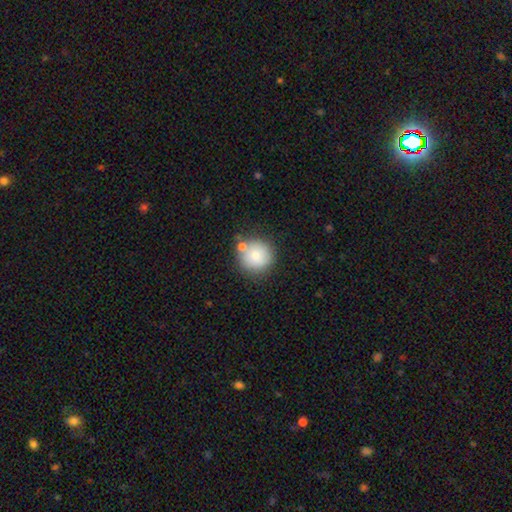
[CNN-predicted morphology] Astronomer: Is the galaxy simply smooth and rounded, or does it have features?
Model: smooth — 79%.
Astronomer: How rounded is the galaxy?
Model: round — 94%.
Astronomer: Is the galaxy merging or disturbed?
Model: none — 71%.